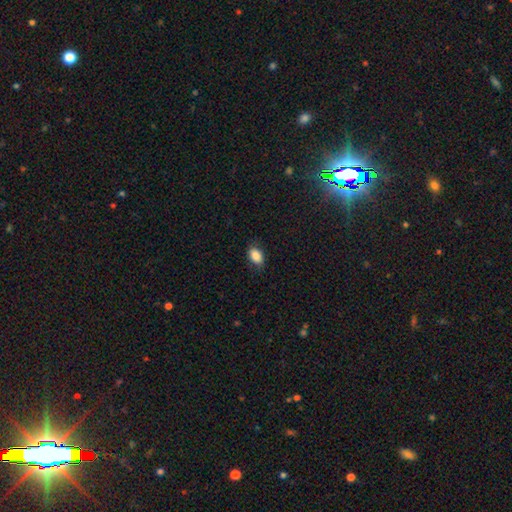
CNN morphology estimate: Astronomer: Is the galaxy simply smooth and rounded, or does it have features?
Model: smooth — 87%.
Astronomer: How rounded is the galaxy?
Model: in between — 87%.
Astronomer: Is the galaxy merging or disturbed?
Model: none — 82%.